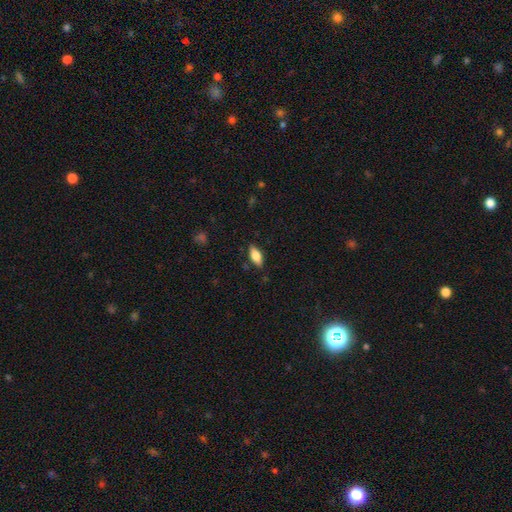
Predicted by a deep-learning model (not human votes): The model was most divided on "smooth or featured": smooth: 74%, featured or disk: 19%, star or artifact: 7%. More confident: merging — none (84%); how rounded — in between (84%).